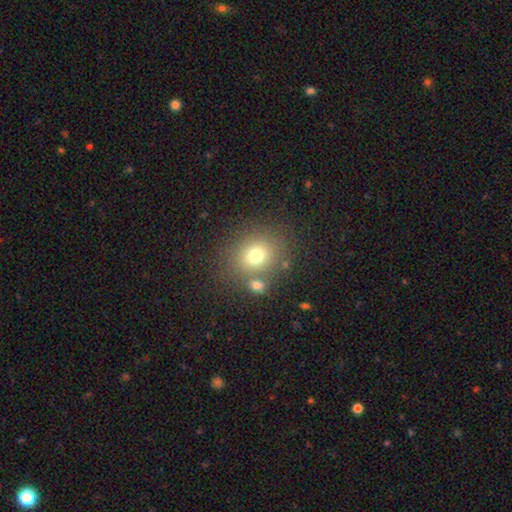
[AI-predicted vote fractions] Smooth or featured? Predicted: smooth (p=0.72). How rounded? Predicted: round (p=0.77). Merging? Predicted: none (p=0.70).